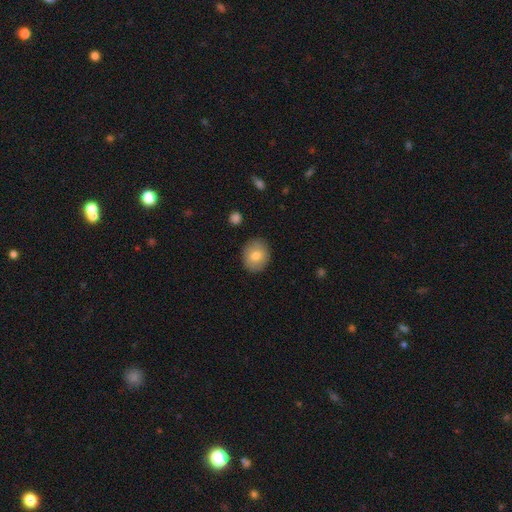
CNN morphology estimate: Overall: smooth (77%). How rounded: round (65%; in between 34%). Merging: none (87%).